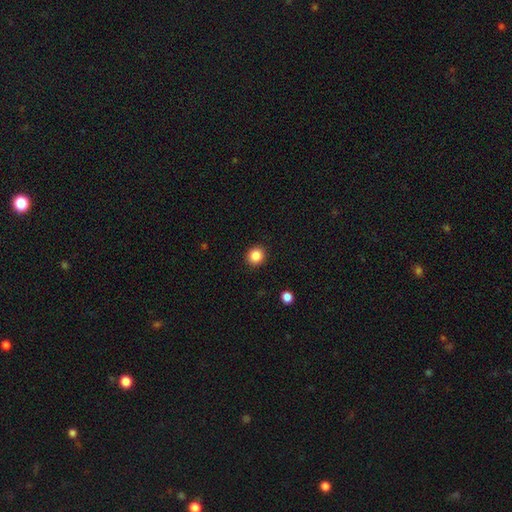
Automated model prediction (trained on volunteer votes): This is clearly a smooth galaxy (86%). How rounded: clearly round (88%). Merging: clearly none (92%).